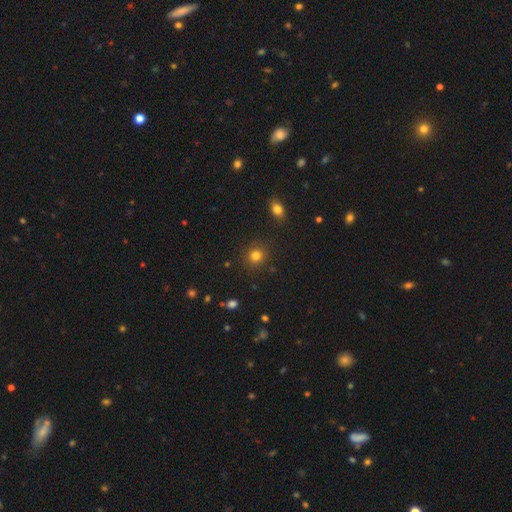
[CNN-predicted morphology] smooth_or_featured: smooth (p=0.81) [alt: star or artifact p=0.13]
how_rounded: round (p=0.84) [alt: in between p=0.15]
merging: none (p=0.88) [alt: minor disturbance p=0.07]